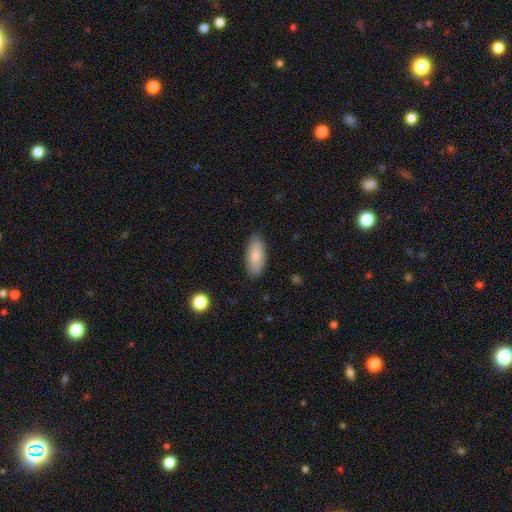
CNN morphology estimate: smooth 82%, featured or disk 11%, star or artifact 6%. Down the decision tree: how rounded — in between (85%); merging — none (87%).